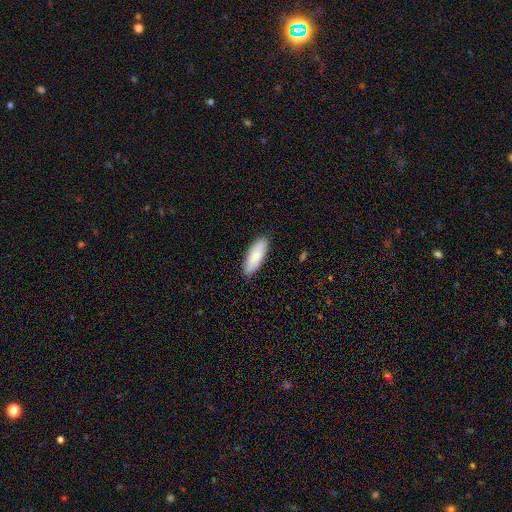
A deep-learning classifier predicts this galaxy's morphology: This is clearly a smooth galaxy (88%). How rounded: likely in between (65%). Merging: clearly none (89%).